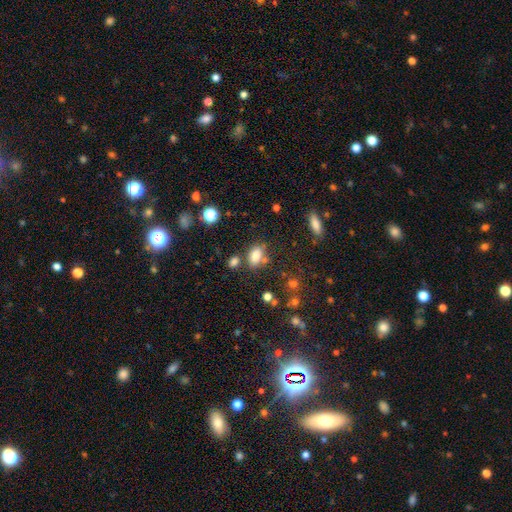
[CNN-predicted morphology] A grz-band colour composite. It shows a smooth galaxy with no disk features (79%) that is in between round and cigar-shaped (85%). Merging: none (64%).